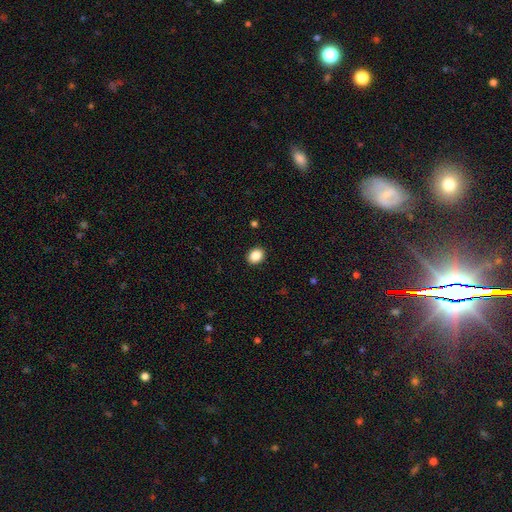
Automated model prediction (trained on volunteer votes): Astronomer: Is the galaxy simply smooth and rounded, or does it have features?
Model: smooth — 88%.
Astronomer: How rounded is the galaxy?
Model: in between — 50% (runner-up: round, 49%).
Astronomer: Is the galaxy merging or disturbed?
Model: none — 91%.